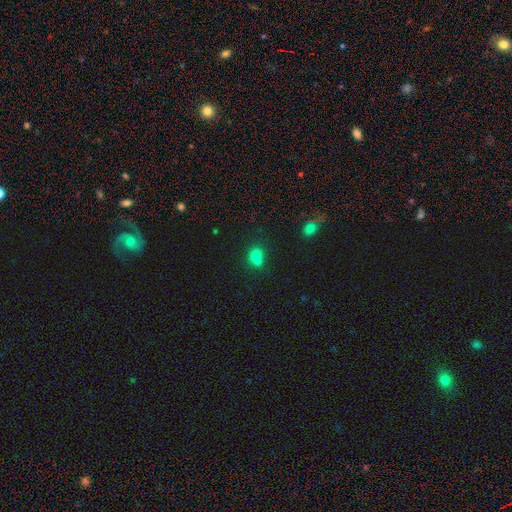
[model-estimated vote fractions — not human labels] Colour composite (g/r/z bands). It shows a smooth galaxy with no disk features (74%) that is round (50%). Merging: merger (42%).